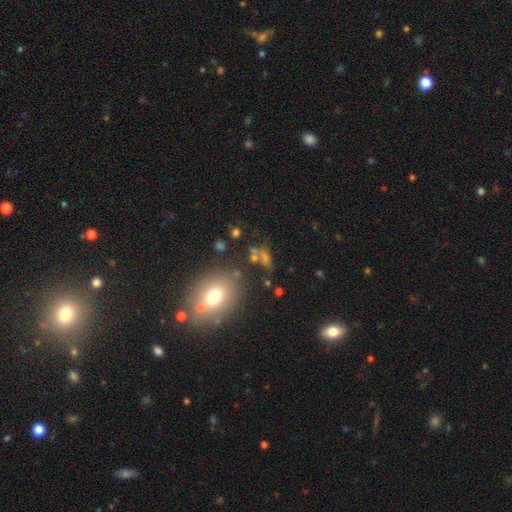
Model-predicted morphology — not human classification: Smooth or featured? smooth (54%)
How rounded? in between (50%)
Merging? none (70%)